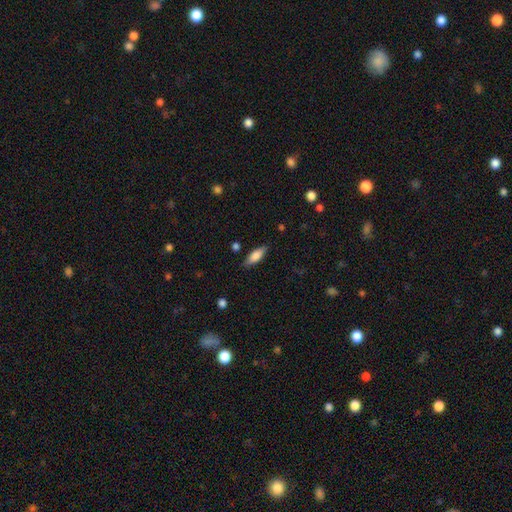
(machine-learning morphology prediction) The model was most divided on "how rounded": in between: 67%, cigar-shaped: 31%, round: 2%. More confident: merging — none (84%); smooth or featured — smooth (79%).